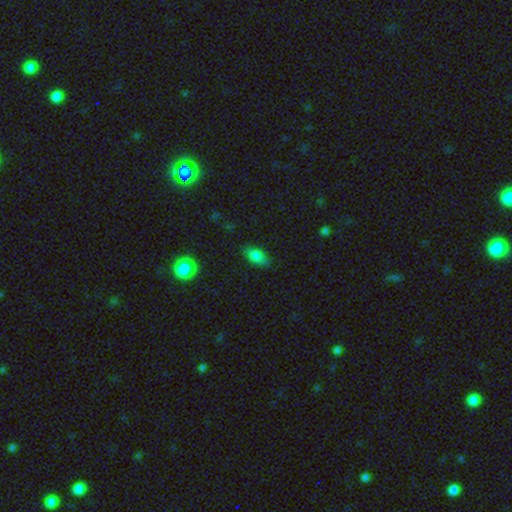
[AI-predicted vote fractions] Q: Smooth or featured?
A: smooth (79%); runner-up: star or artifact (11%)
Q: How rounded?
A: in between (87%); runner-up: round (7%)
Q: Merging?
A: none (81%); runner-up: minor disturbance (14%)